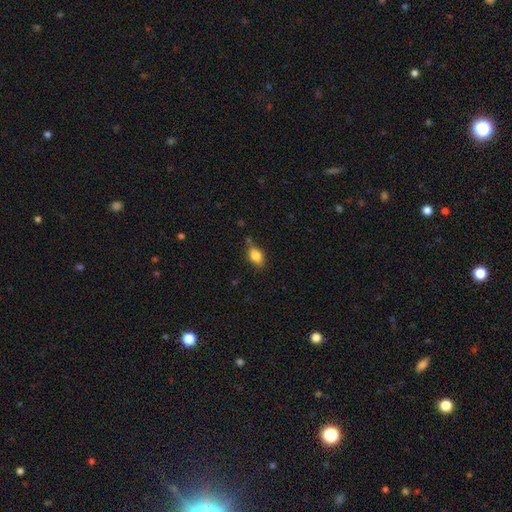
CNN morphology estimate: A smooth galaxy with no disk features (81%) that is in between round and cigar-shaped (82%). Merging: none (64%).